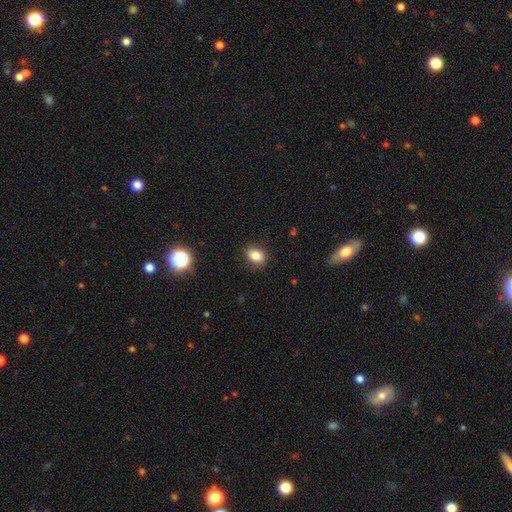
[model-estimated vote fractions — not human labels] A smooth galaxy with no disk features (81%) that is in between round and cigar-shaped (65%). Merging: none (85%).